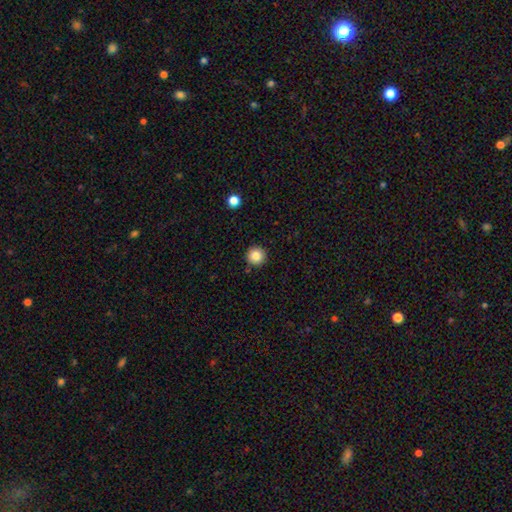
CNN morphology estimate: type=smooth (84%); roundness=round (96%); merging=none (90%).